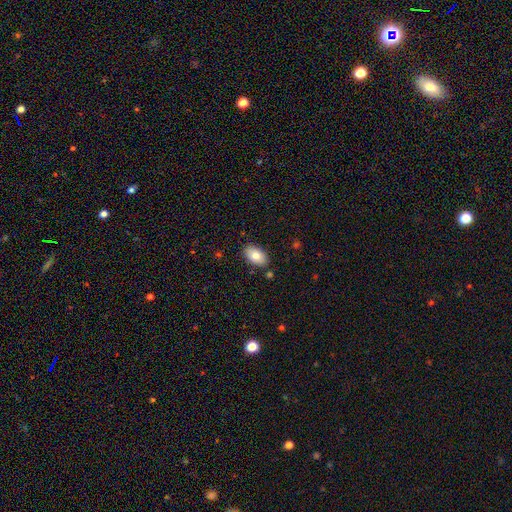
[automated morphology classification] This is clearly a smooth galaxy (81%). How rounded: clearly in between (92%). Merging: clearly none (86%).